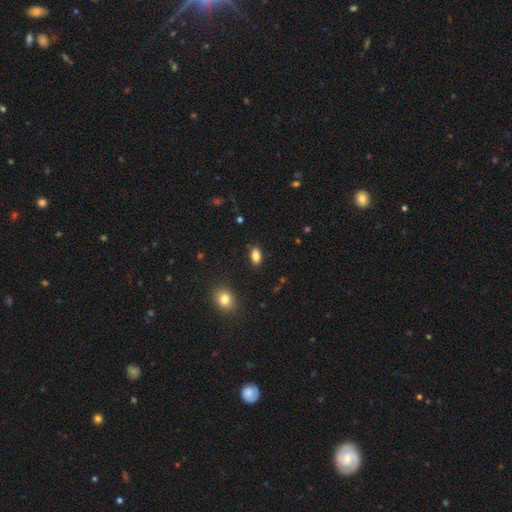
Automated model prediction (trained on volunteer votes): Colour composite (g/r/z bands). It shows a smooth galaxy with no disk features (85%) that is in between round and cigar-shaped (90%). Merging: none (87%).